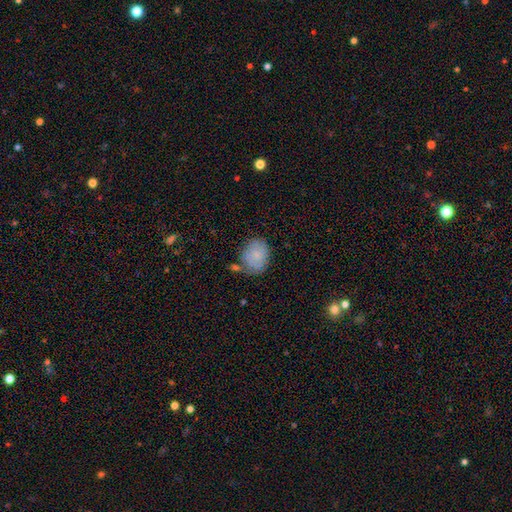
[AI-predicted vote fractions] This is likely a smooth galaxy (77%). How rounded: possibly in between (58%). Merging: possibly none (60%).